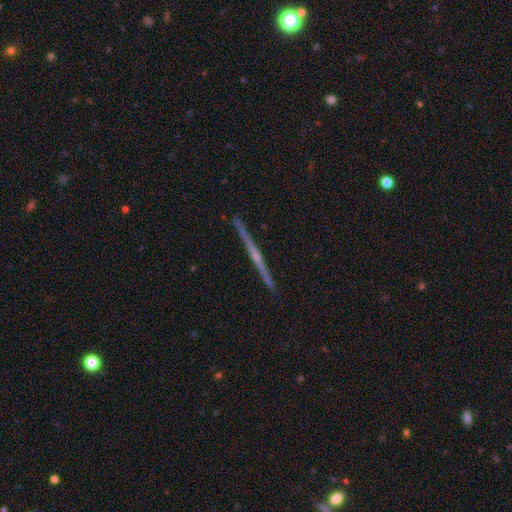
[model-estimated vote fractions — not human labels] Smooth or featured? featured or disk (80%)
Edge-on disk? yes (99%)
Edge-on bulge? rounded (62%)
Merging? none (92%)